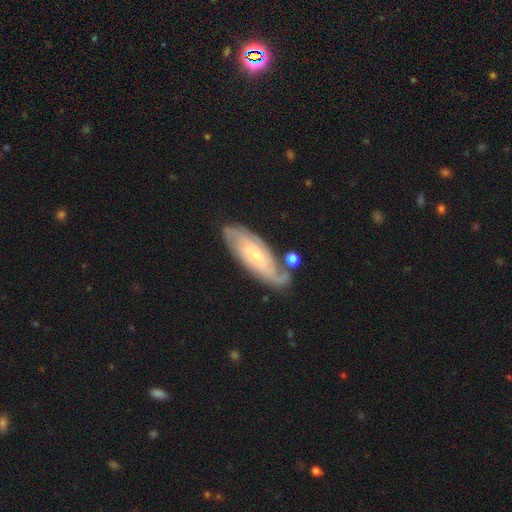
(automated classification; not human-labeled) This is likely a featured or disk galaxy (77%). It is clearly not viewed edge-on (89%). Bar: likely no (62%). Spiral arm pattern: clearly yes (93%). Spiral arm count: marginally 2 (44%). Spiral winding: likely tight (62%). Central bulge: likely small (72%). Merging: likely none (72%).